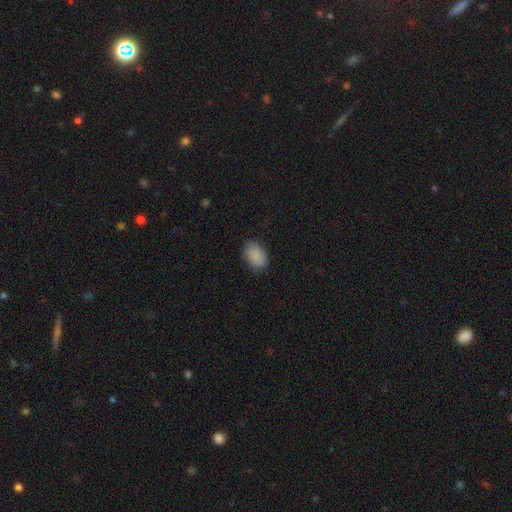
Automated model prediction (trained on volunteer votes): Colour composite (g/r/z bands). It shows a smooth galaxy with no disk features (88%) that is in between round and cigar-shaped (84%). Merging: none (84%).